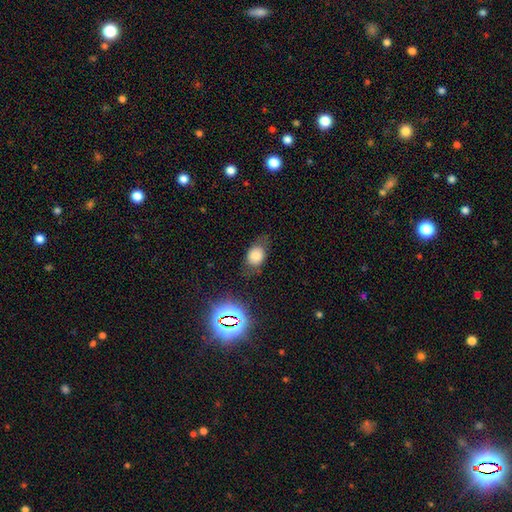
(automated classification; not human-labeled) smooth 71%, star or artifact 15%, featured or disk 14%. Down the decision tree: how rounded — in between (66%); merging — none (66%).